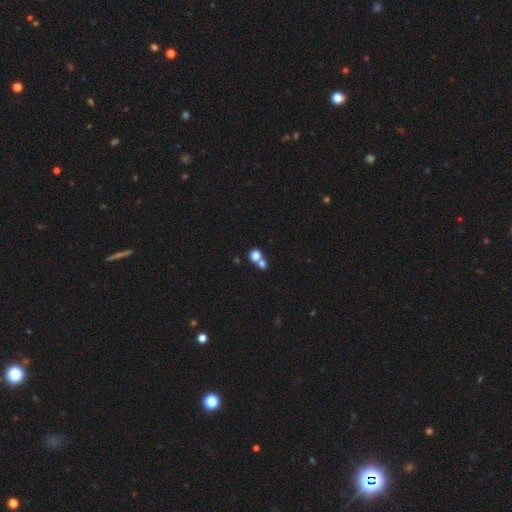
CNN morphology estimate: smooth 76%, star or artifact 15%, featured or disk 9%. Down the decision tree: how rounded — round (81%); merging — none (48%).